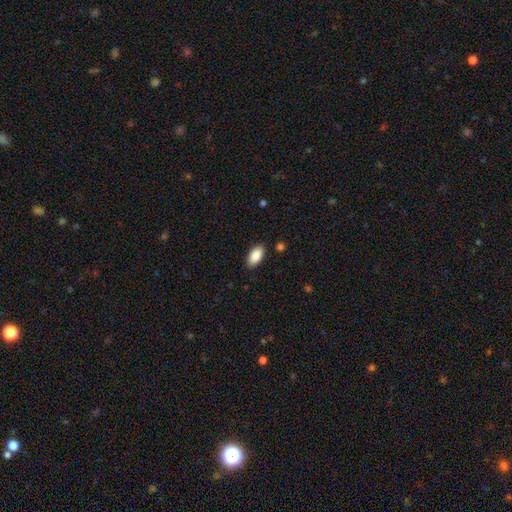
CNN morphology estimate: Overall: smooth (87%). How rounded: in between (92%). Merging: none (87%).